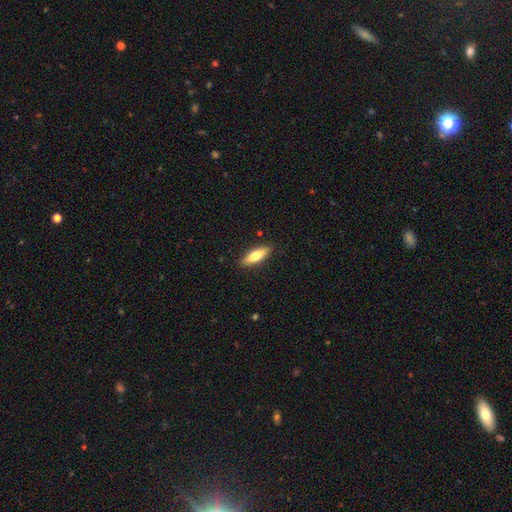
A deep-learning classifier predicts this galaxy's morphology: Q: Smooth or featured?
A: smooth (64%); runner-up: featured or disk (30%)
Q: How rounded?
A: in between (51%); runner-up: cigar-shaped (47%)
Q: Merging?
A: none (89%); runner-up: minor disturbance (9%)